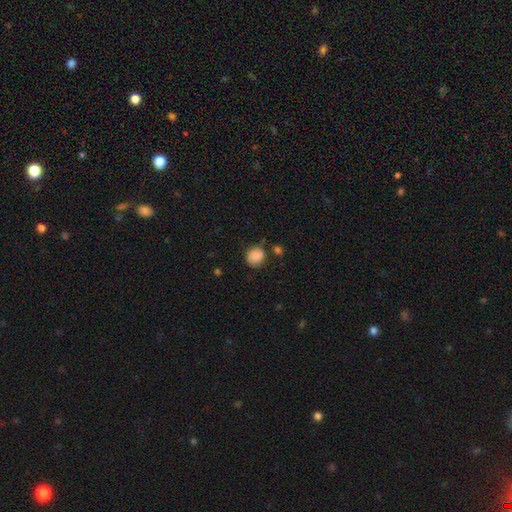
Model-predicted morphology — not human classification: smooth-or-featured: smooth: 86% | star or artifact: 9% | featured or disk: 5%
  how-rounded: round: 75% | in between: 24% | cigar-shaped: 1%
  merging: none: 66% | minor disturbance: 23% | major disturbance: 6% | merger: 5%